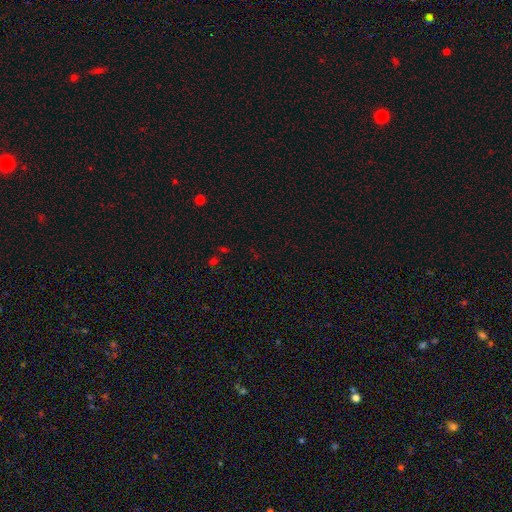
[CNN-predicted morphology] smooth-or-featured: star or artifact: 67% | smooth: 26% | featured or disk: 8%